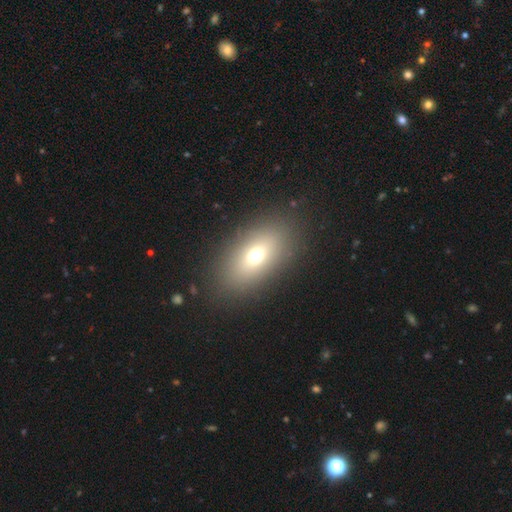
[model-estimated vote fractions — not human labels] A smooth galaxy with no disk features (67%) that is in between round and cigar-shaped (83%).

Vote fractions:
- Smooth or featured? smooth: 67% / featured or disk: 19% / star or artifact: 14%
- How rounded? in between: 83% / round: 12% / cigar-shaped: 5%
- Merging? none: 86% / minor disturbance: 8% / major disturbance: 5% / merger: 1%